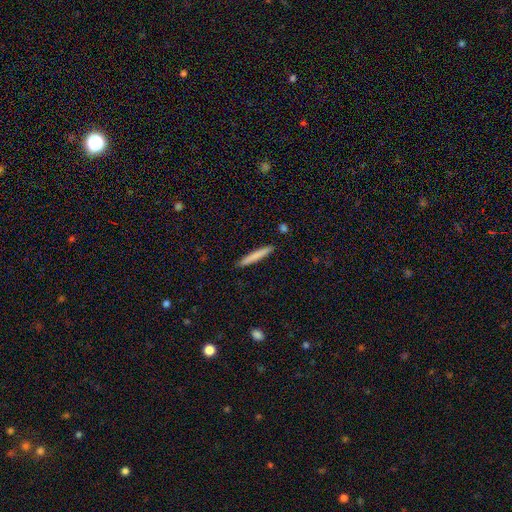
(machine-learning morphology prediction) Q: Smooth or featured?
A: smooth (76%); runner-up: featured or disk (18%)
Q: How rounded?
A: cigar-shaped (96%); runner-up: in between (3%)
Q: Merging?
A: none (90%); runner-up: minor disturbance (7%)